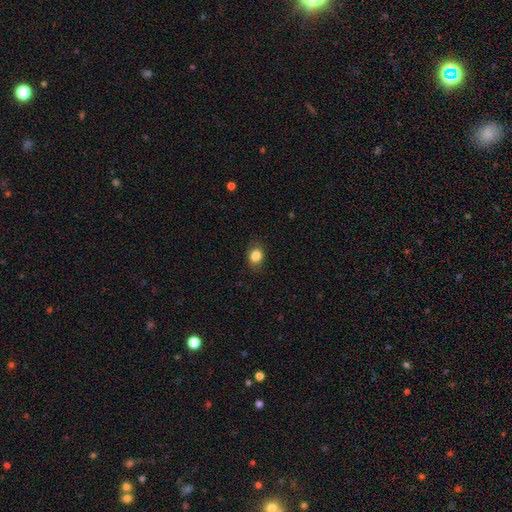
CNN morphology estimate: A smooth galaxy with no disk features (84%) that is in between round and cigar-shaped (53%).

Vote fractions:
- Smooth or featured? smooth: 84% / star or artifact: 10% / featured or disk: 6%
- How rounded? in between: 53% / round: 46% / cigar-shaped: 1%
- Merging? none: 82% / minor disturbance: 13% / major disturbance: 3% / merger: 1%